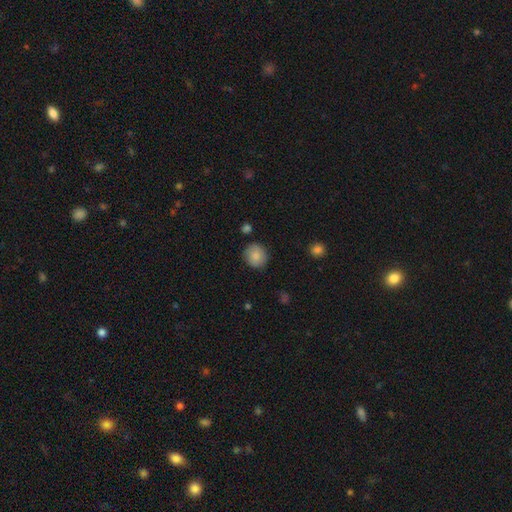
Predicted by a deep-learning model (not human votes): smooth 86%, star or artifact 8%, featured or disk 6%. Down the decision tree: how rounded — round (87%); merging — none (85%).